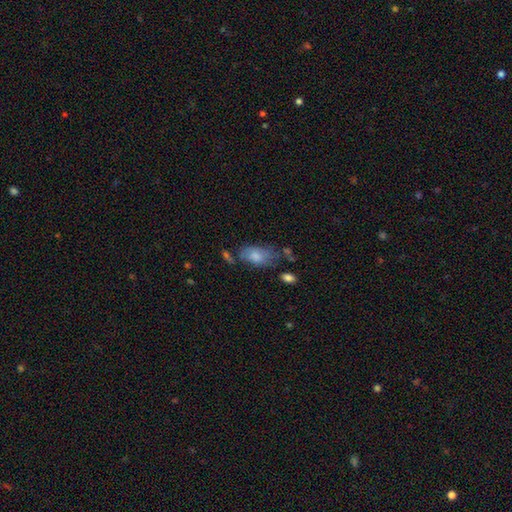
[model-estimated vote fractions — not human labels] The model was most divided on "merging": none: 41%, minor disturbance: 30%, major disturbance: 19%, merger: 10%. More confident: how rounded — in between (92%); smooth or featured — smooth (71%).